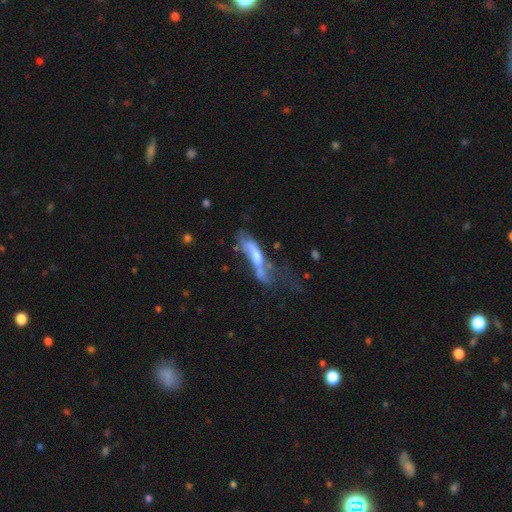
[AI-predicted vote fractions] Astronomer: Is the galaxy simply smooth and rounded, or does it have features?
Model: featured or disk — 46% (runner-up: smooth, 44%).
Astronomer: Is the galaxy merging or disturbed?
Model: major disturbance — 46%.